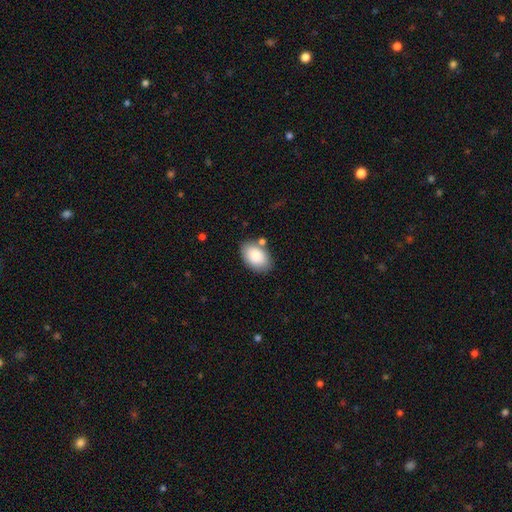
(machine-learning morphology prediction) Q: Smooth or featured?
A: smooth (86%); runner-up: featured or disk (8%)
Q: How rounded?
A: in between (90%); runner-up: round (9%)
Q: Merging?
A: none (76%); runner-up: minor disturbance (14%)